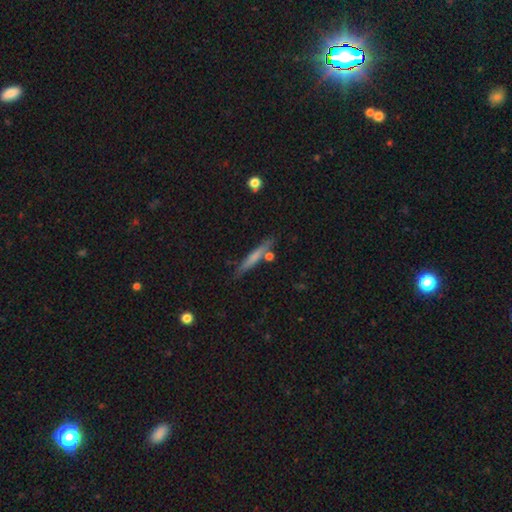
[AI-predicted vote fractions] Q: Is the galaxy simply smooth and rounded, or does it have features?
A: smooth — 56%.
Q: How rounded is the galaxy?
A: cigar-shaped — 94%.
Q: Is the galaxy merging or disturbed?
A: none — 81%.